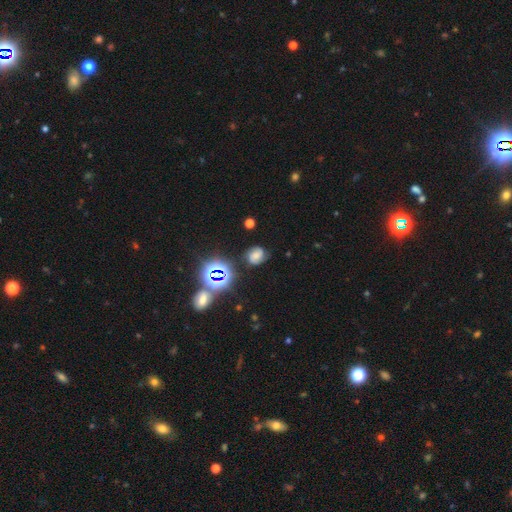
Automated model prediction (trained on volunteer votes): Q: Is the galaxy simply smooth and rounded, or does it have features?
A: featured or disk — 45%.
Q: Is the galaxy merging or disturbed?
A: none — 70%.